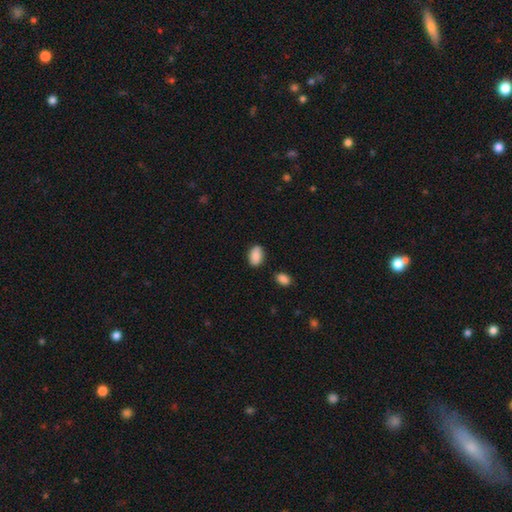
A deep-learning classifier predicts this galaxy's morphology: Smooth or featured?
  - smooth: 89% *
  - star or artifact: 7%
  - featured or disk: 4%
How rounded?
  - in between: 88% *
  - round: 11%
  - cigar-shaped: 2%
Merging?
  - none: 80% *
  - minor disturbance: 14%
  - merger: 3%
  - major disturbance: 3%